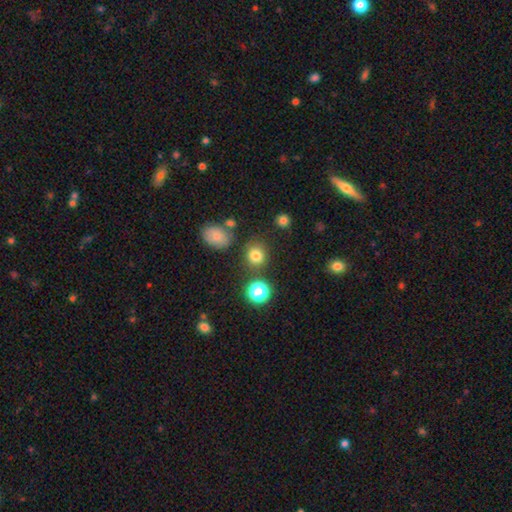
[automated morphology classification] A smooth galaxy with no disk features (77%) that is round (82%). Merging: none (79%).